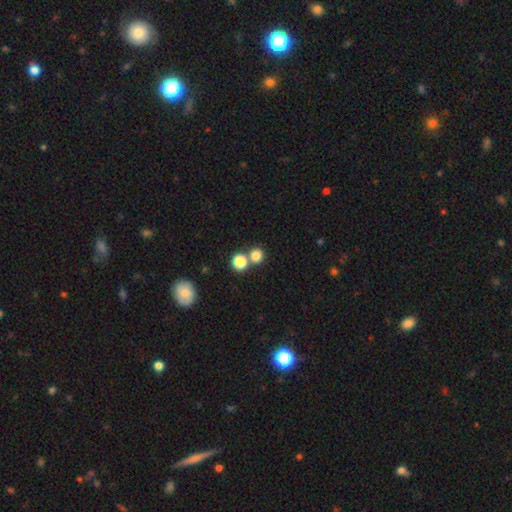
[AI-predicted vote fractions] smooth 80%, star or artifact 15%, featured or disk 6%. Down the decision tree: how rounded — round (87%); merging — none (64%).